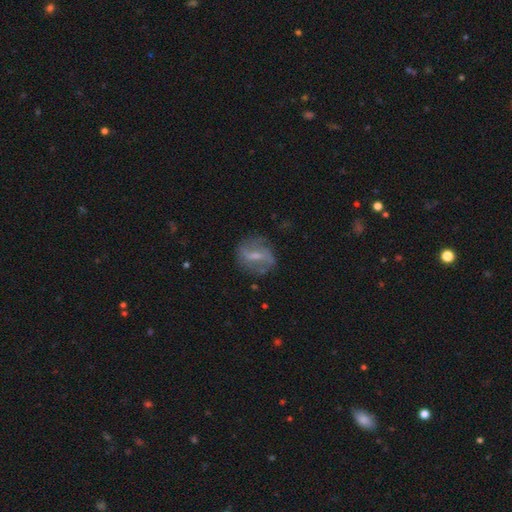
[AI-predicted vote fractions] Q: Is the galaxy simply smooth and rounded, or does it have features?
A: featured or disk — 64%.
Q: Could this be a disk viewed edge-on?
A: no — 93%.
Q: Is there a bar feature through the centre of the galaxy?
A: weak — 45%.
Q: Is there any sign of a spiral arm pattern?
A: yes — 68%.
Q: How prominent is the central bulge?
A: small — 51%.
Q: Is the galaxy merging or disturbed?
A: none — 71%.